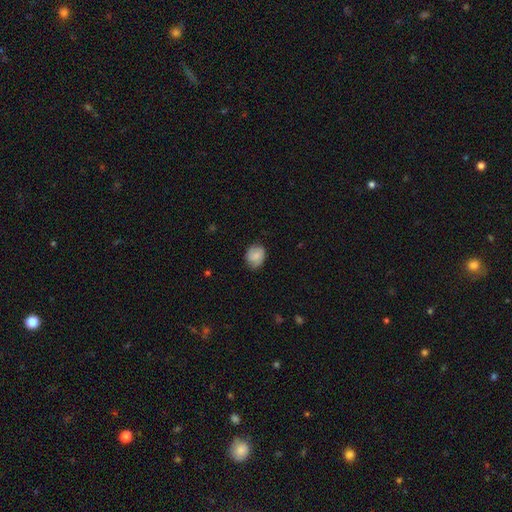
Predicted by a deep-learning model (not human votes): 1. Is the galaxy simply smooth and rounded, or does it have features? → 72% smooth, 20% featured or disk, 8% star or artifact.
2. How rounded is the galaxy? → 60% round, 39% in between, 1% cigar-shaped.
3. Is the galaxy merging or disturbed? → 69% none, 25% minor disturbance, 5% major disturbance, 1% merger.